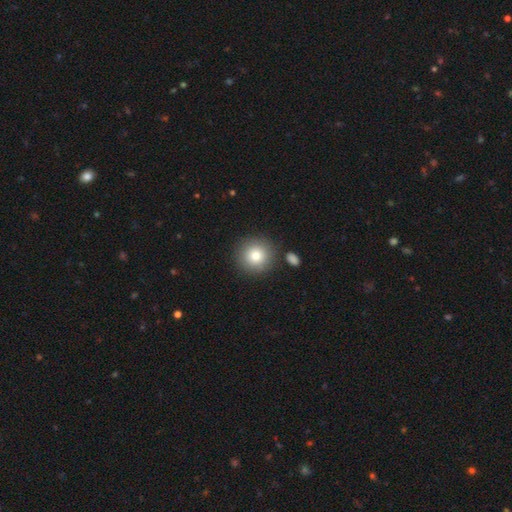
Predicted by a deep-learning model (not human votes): Morphology: type=smooth (80%); roundness=round (94%); merging=none (84%).